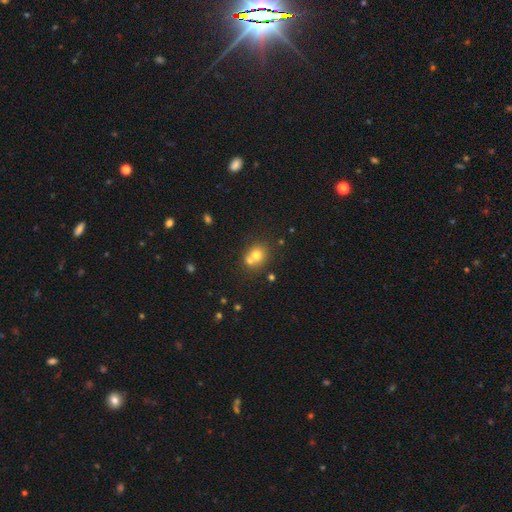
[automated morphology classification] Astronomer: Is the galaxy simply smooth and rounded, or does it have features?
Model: smooth — 70%.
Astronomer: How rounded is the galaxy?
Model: round — 75%.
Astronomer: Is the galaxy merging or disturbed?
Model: none — 46% (runner-up: merger, 43%).